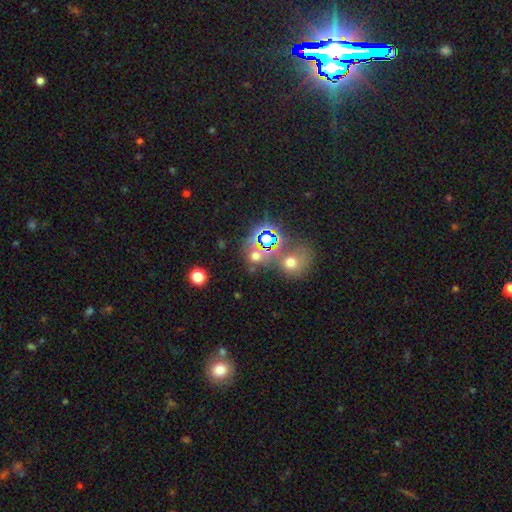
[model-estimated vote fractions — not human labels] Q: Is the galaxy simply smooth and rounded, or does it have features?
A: smooth — 46%.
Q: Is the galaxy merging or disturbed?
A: none — 66%.